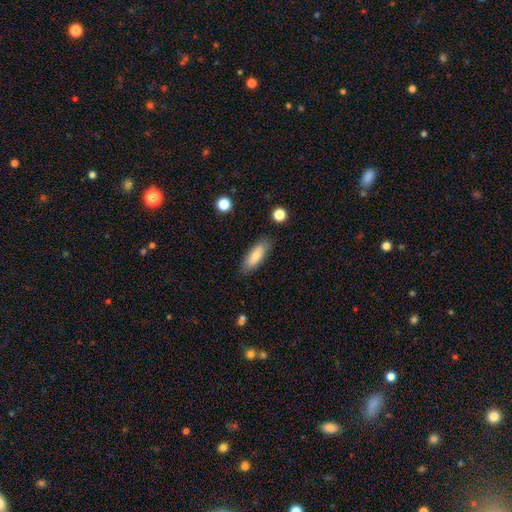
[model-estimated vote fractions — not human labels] smooth-or-featured: smooth: 79% | featured or disk: 15% | star or artifact: 7%
  how-rounded: in between: 62% | cigar-shaped: 36% | round: 2%
  merging: none: 85% | minor disturbance: 11% | major disturbance: 3% | merger: 2%